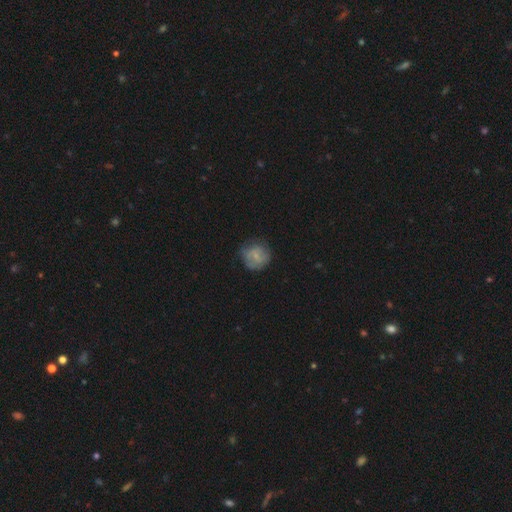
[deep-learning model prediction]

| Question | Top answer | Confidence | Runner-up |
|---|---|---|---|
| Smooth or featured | smooth | 59% | featured or disk (32%) |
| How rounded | round | 86% | in between (13%) |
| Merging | none | 64% | minor disturbance (24%) |